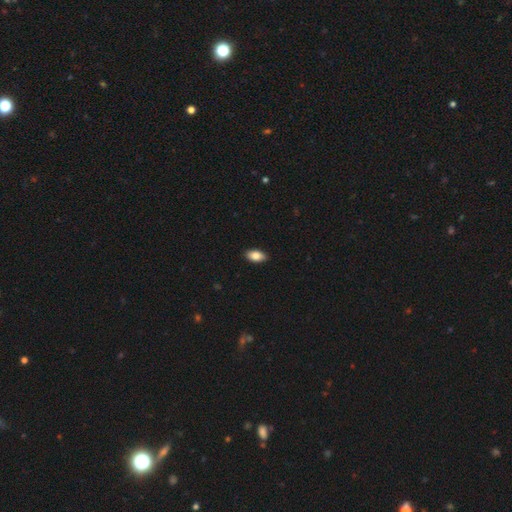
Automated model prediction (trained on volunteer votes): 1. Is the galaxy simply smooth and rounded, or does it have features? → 85% smooth, 8% featured or disk, 7% star or artifact.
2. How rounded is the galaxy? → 93% in between, 4% round, 3% cigar-shaped.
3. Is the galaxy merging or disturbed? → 90% none, 8% minor disturbance, 2% major disturbance, 1% merger.